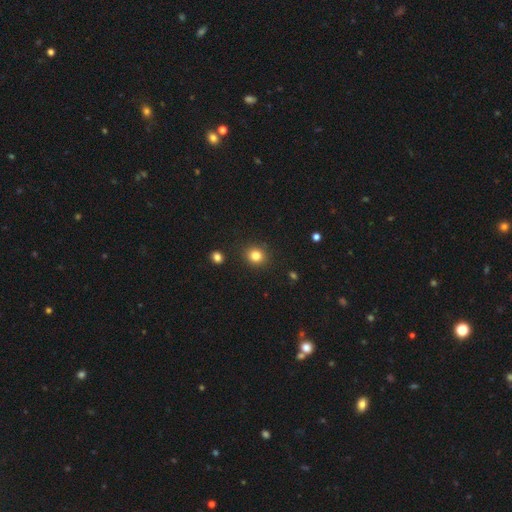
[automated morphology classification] type=smooth (82%); roundness=round (82%); merging=none (89%).